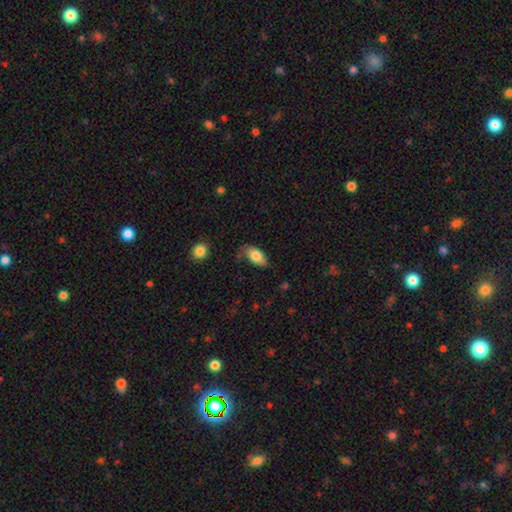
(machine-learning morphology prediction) smooth 79%, featured or disk 14%, star or artifact 7%. Down the decision tree: how rounded — in between (92%); merging — none (61%).